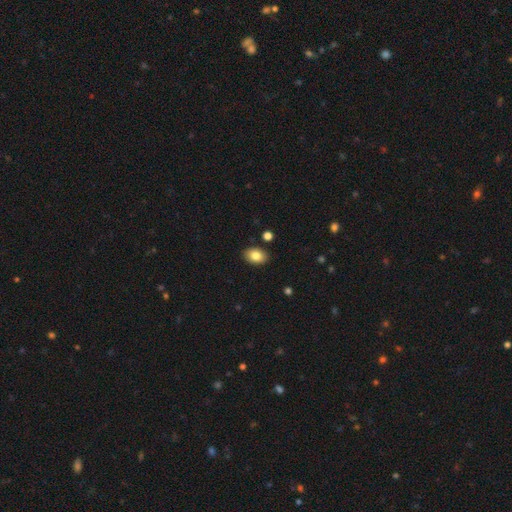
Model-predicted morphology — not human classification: smooth 83%, featured or disk 9%, star or artifact 8%. Down the decision tree: how rounded — in between (82%); merging — none (87%).